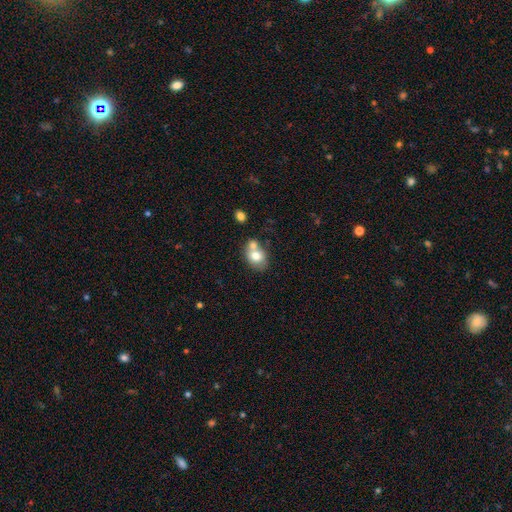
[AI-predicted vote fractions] This appears to be a smooth galaxy with no disk features (73%) that is round (51%). Merging: merger (46%).